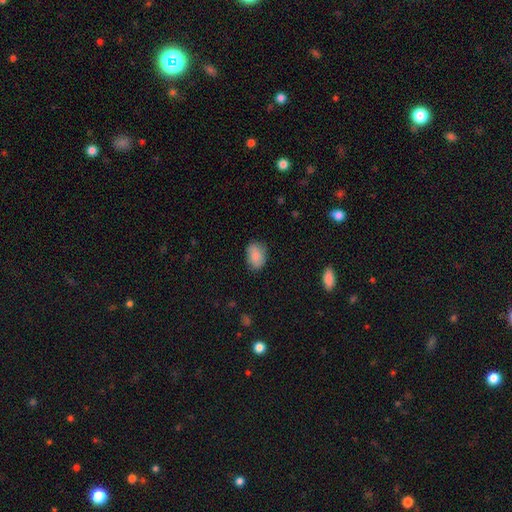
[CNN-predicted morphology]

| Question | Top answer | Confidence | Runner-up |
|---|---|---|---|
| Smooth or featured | smooth | 84% | featured or disk (9%) |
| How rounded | in between | 82% | round (17%) |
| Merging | none | 76% | minor disturbance (19%) |